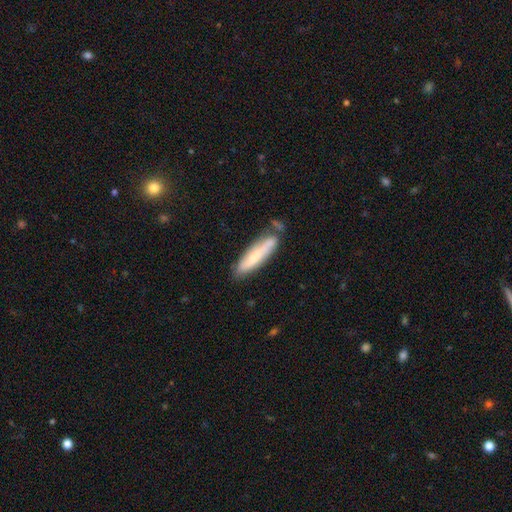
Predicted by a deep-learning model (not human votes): Smooth or featured?
  - smooth: 61% *
  - featured or disk: 33%
  - star or artifact: 6%
How rounded?
  - cigar-shaped: 77% *
  - in between: 21%
  - round: 1%
Merging?
  - none: 60% *
  - minor disturbance: 22%
  - merger: 13%
  - major disturbance: 6%